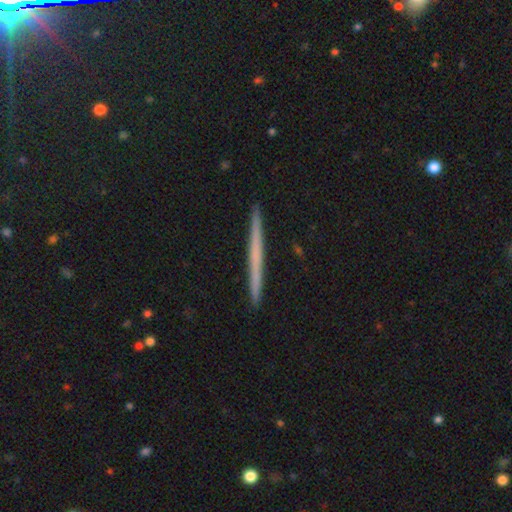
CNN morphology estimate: smooth_or_featured: featured or disk (p=0.50) [alt: smooth p=0.45]
merging: none (p=0.93) [alt: minor disturbance p=0.05]